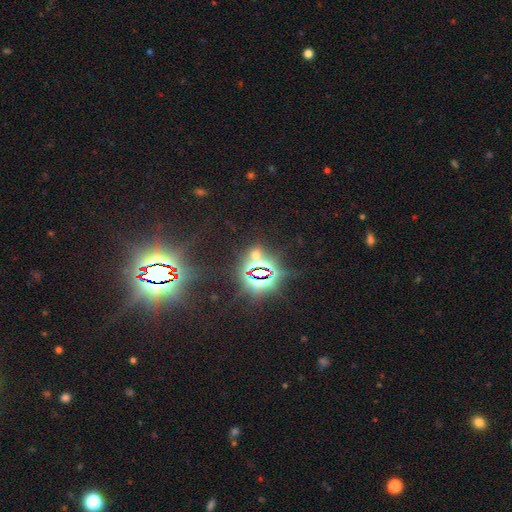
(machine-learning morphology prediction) Smooth or featured? Predicted: star or artifact (p=0.75).